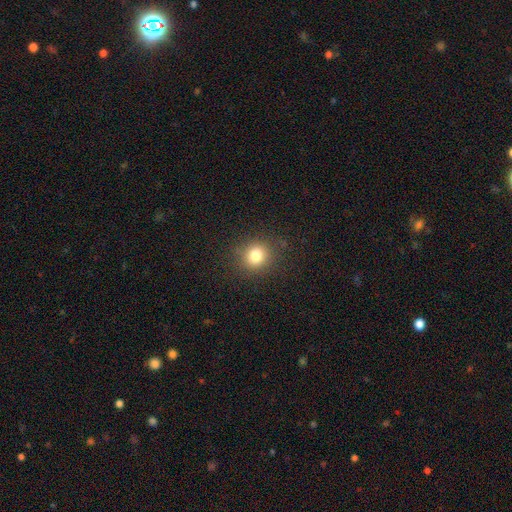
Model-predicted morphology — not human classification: The model was most divided on "smooth or featured": smooth: 80%, star or artifact: 13%, featured or disk: 7%. More confident: merging — none (87%); how rounded — round (85%).